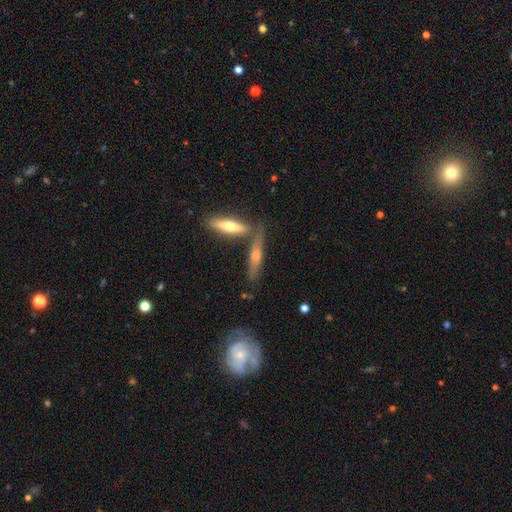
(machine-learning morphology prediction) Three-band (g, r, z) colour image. It shows a smooth galaxy with no disk features (51%) that is cigar-shaped (80%). Merging: none (61%).